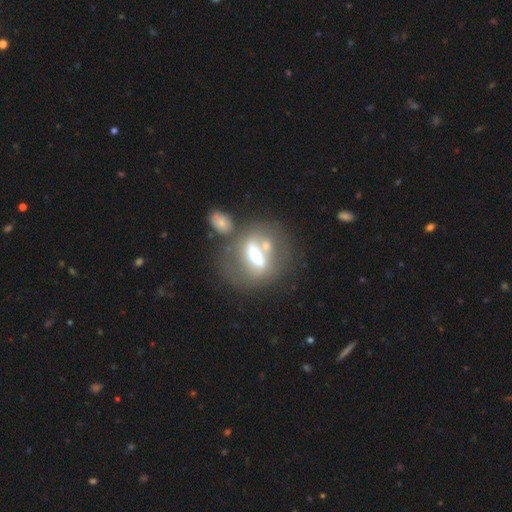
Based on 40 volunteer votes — Smooth or featured? featured or disk (70%)
Edge-on disk? no (100%)
Bar? strong (68%)
Spiral arms? no (64%)
Bulge size? moderate (61%)
Merging? none (61%)